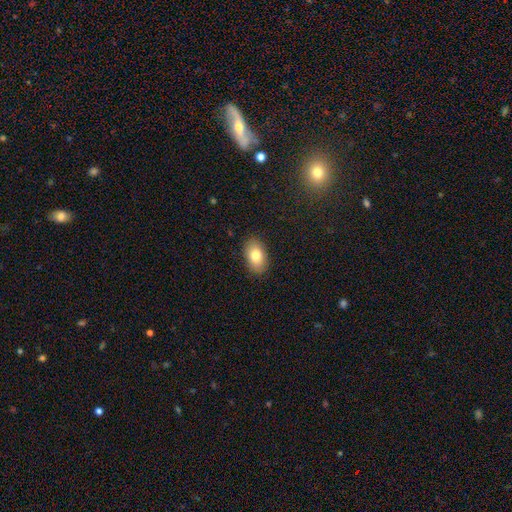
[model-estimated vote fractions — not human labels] Smooth or featured? Predicted: smooth (p=0.80). How rounded? Predicted: in between (p=0.91). Merging? Predicted: none (p=0.88).